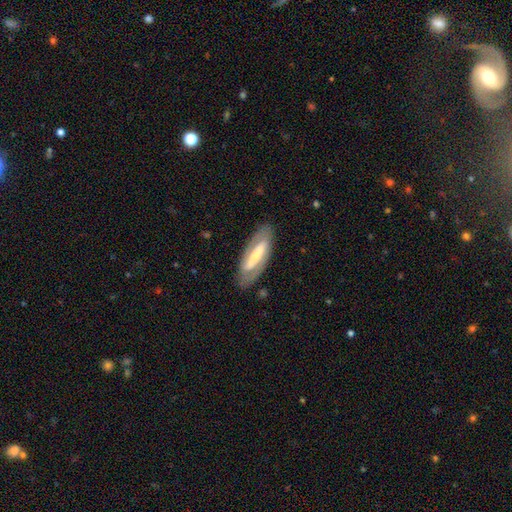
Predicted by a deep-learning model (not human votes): This is likely a featured or disk galaxy (70%). It is likely not viewed edge-on (80%). Bar: likely strong (68%). Spiral arm pattern: likely yes (63%). Central bulge: possibly small (52%). Merging: clearly none (82%).